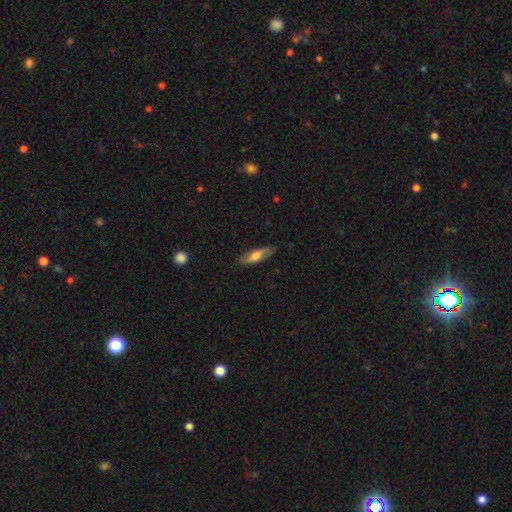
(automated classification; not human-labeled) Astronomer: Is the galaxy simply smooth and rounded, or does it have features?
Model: smooth — 62%.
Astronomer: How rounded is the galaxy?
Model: cigar-shaped — 64%.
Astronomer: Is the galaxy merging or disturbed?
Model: none — 85%.